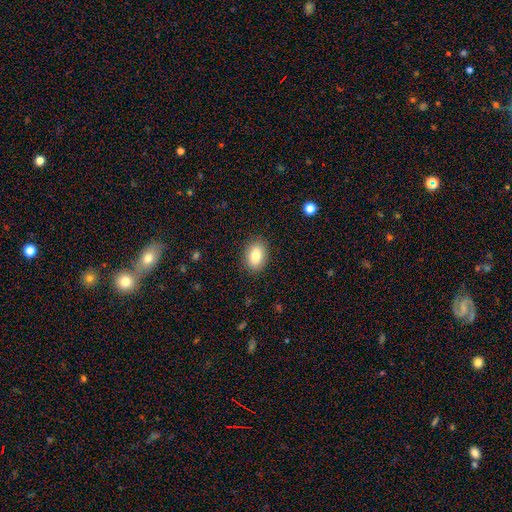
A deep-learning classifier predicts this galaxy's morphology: Smooth or featured?
  - smooth: 83% *
  - featured or disk: 9%
  - star or artifact: 8%
How rounded?
  - in between: 80% *
  - round: 18%
  - cigar-shaped: 1%
Merging?
  - none: 88% *
  - minor disturbance: 9%
  - major disturbance: 2%
  - merger: 1%